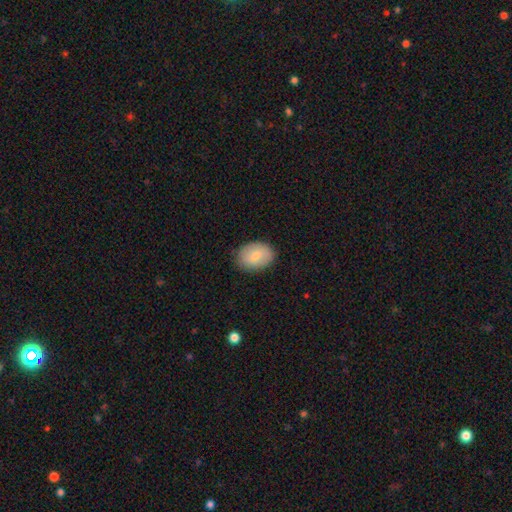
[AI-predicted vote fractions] The model was most divided on "how rounded": in between: 77%, round: 22%, cigar-shaped: 1%. More confident: merging — none (84%); smooth or featured — smooth (76%).